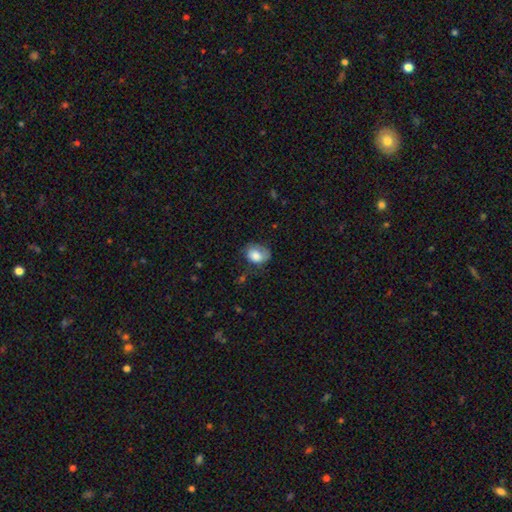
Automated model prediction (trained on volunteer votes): Q: Smooth or featured?
A: smooth (73%); runner-up: featured or disk (20%)
Q: How rounded?
A: in between (64%); runner-up: round (35%)
Q: Merging?
A: none (47%); runner-up: minor disturbance (33%)